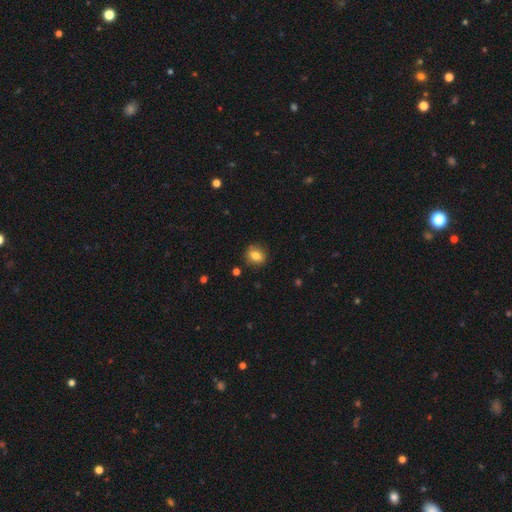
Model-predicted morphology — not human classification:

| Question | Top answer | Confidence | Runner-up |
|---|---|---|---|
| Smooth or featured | smooth | 78% | featured or disk (12%) |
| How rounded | round | 59% | in between (39%) |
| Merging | none | 84% | minor disturbance (11%) |